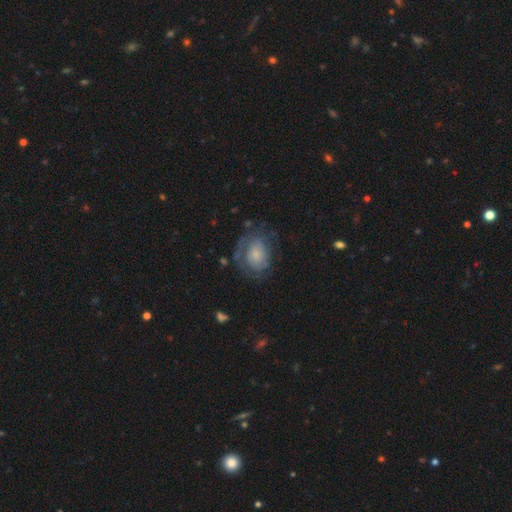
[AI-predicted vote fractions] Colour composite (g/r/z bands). It shows a featured or disk galaxy (56%) with no bar (78%), spiral arms (75%) and a small central bulge (44%). Merging: none (62%).